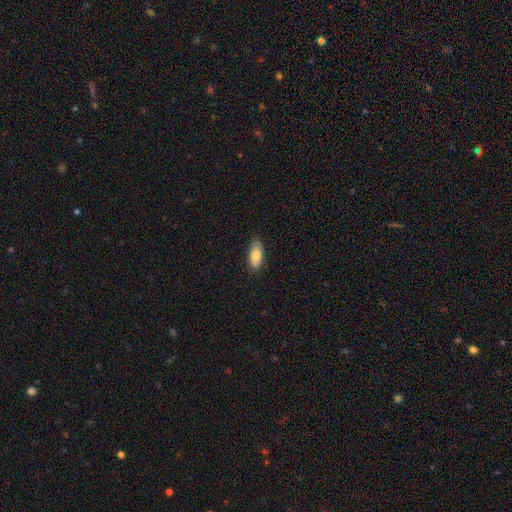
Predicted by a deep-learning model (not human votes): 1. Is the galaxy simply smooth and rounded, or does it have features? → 80% smooth, 13% featured or disk, 6% star or artifact.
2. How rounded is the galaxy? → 87% in between, 11% cigar-shaped, 2% round.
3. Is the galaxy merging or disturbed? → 80% none, 16% minor disturbance, 3% major disturbance, 1% merger.